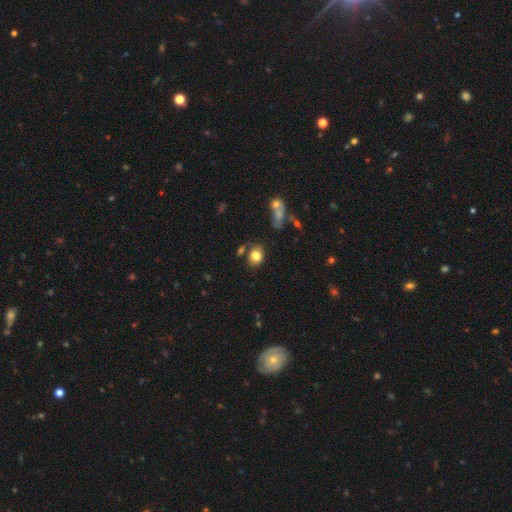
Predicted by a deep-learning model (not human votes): smooth_or_featured: smooth (p=0.80) [alt: featured or disk p=0.11]
how_rounded: in between (p=0.60) [alt: round p=0.39]
merging: none (p=0.70) [alt: minor disturbance p=0.15]